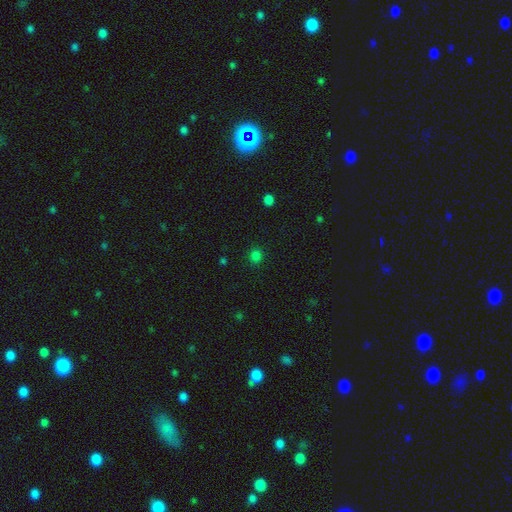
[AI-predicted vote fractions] The model was most divided on "smooth or featured": smooth: 80%, star or artifact: 17%, featured or disk: 3%. More confident: merging — none (90%); how rounded — round (83%).